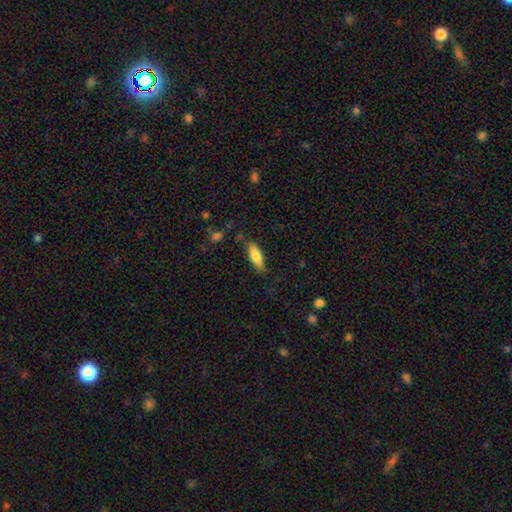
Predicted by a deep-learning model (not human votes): A smooth galaxy with no disk features (79%) that is in between round and cigar-shaped (57%).

Vote fractions:
- Smooth or featured? smooth: 79% / featured or disk: 15% / star or artifact: 6%
- How rounded? in between: 57% / cigar-shaped: 41% / round: 2%
- Merging? none: 79% / minor disturbance: 15% / major disturbance: 4% / merger: 2%